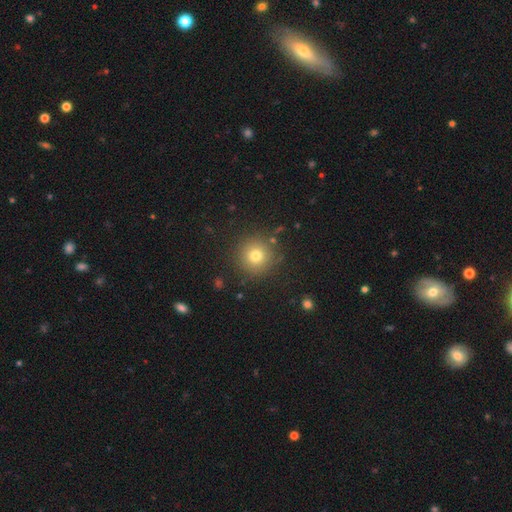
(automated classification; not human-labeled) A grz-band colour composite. It shows a smooth galaxy with no disk features (76%) that is round (95%). Merging: none (88%).